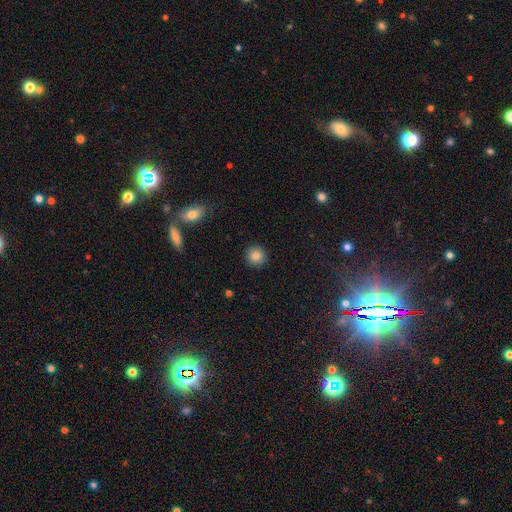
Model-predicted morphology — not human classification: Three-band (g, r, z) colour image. It shows a smooth galaxy with no disk features (84%) that is round (93%). Merging: none (92%).